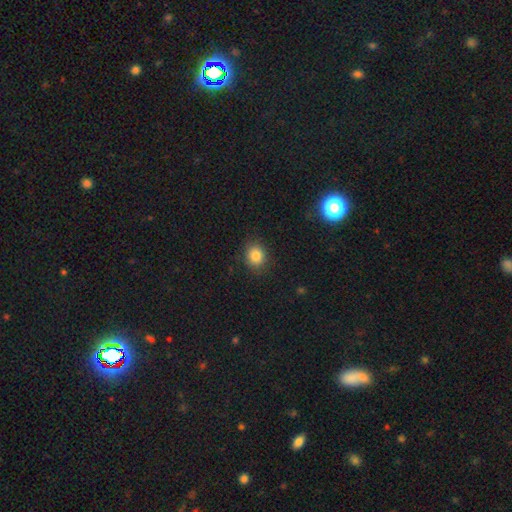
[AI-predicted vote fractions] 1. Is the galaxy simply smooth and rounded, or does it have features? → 83% smooth, 11% star or artifact, 5% featured or disk.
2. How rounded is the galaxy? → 71% round, 28% in between, 1% cigar-shaped.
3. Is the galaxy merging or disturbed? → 87% none, 9% minor disturbance, 3% major disturbance, 1% merger.